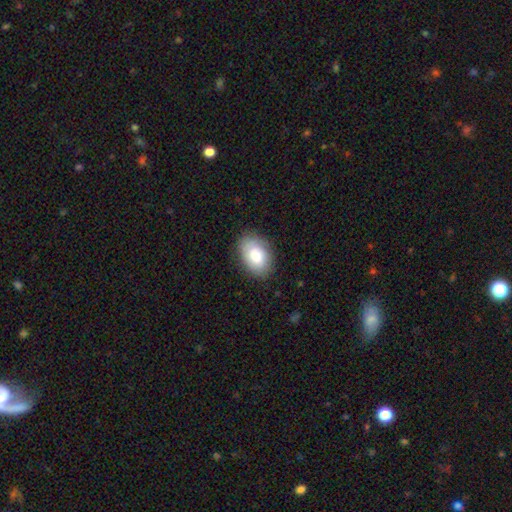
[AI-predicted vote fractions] smooth-or-featured: smooth: 80% | featured or disk: 13% | star or artifact: 7%
  how-rounded: in between: 90% | round: 9% | cigar-shaped: 1%
  merging: none: 83% | minor disturbance: 13% | major disturbance: 3% | merger: 1%